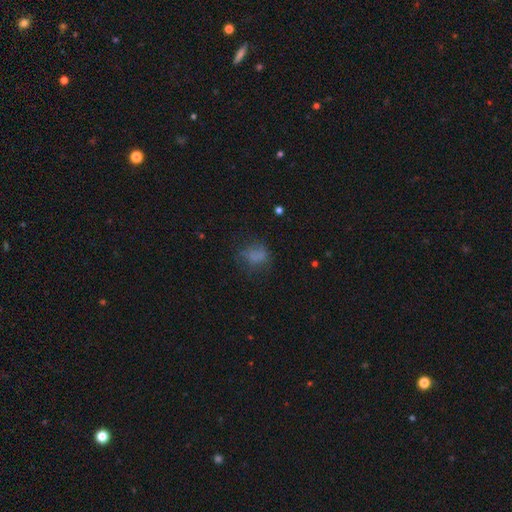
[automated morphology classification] A smooth galaxy with no disk features (65%) that is round (53%).

Vote fractions:
- Smooth or featured? smooth: 65% / featured or disk: 18% / star or artifact: 17%
- How rounded? round: 53% / in between: 46% / cigar-shaped: 2%
- Merging? none: 51% / minor disturbance: 24% / major disturbance: 22% / merger: 3%